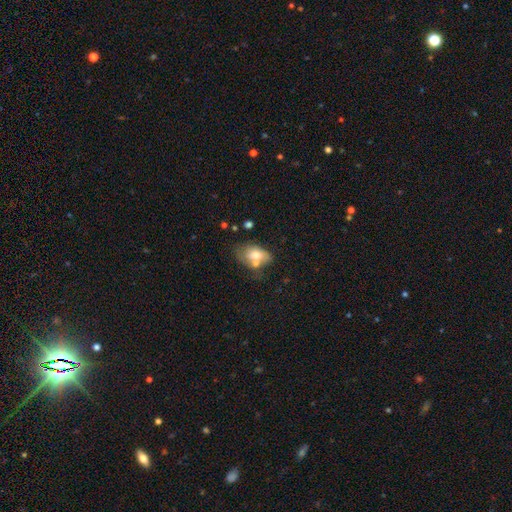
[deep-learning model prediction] Smooth or featured: smooth — 66% (featured or disk — 25%)
How rounded: in between — 86% (round — 13%)
Merging: none — 37% (merger — 33%)